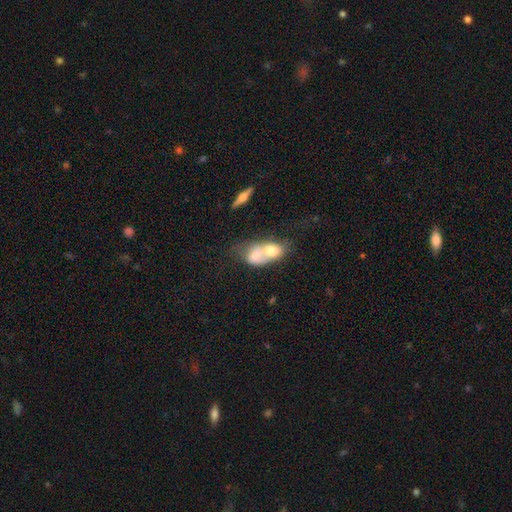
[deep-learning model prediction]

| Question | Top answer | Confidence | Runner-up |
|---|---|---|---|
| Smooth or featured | smooth | 63% | featured or disk (30%) |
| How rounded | in between | 69% | round (28%) |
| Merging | merger | 80% | none (10%) |